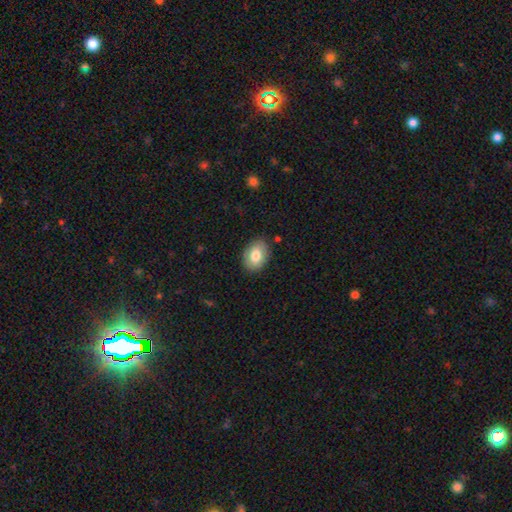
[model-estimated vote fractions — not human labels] Smooth or featured: smooth — 78% (featured or disk — 15%)
How rounded: in between — 78% (round — 21%)
Merging: none — 85% (minor disturbance — 11%)